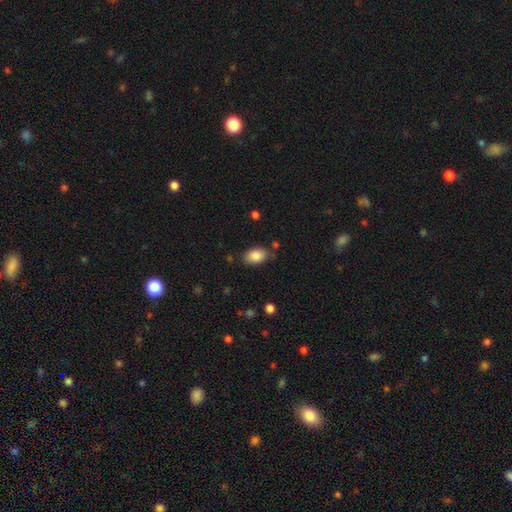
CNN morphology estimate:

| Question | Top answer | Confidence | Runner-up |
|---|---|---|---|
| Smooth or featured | smooth | 86% | star or artifact (7%) |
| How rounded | in between | 90% | round (8%) |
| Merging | none | 78% | minor disturbance (15%) |